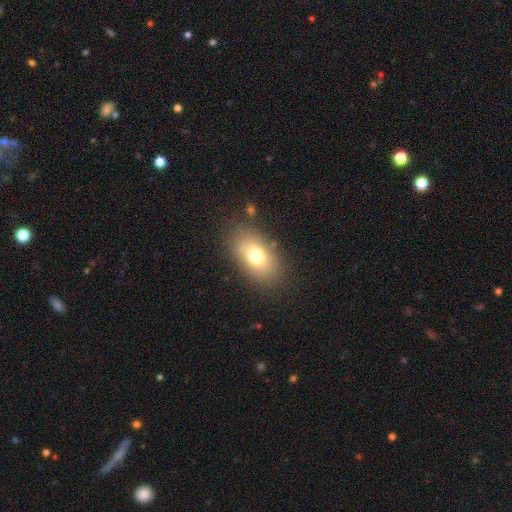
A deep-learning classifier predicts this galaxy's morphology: Overall: smooth (72%). How rounded: in between (86%). Merging: none (81%).